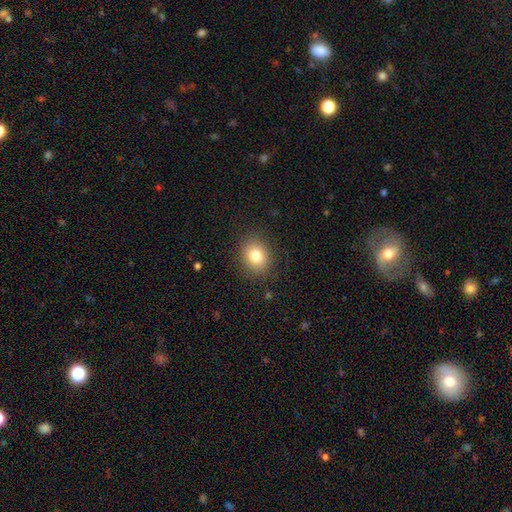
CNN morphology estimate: Q: Smooth or featured?
A: smooth (80%); runner-up: star or artifact (11%)
Q: How rounded?
A: round (62%); runner-up: in between (37%)
Q: Merging?
A: none (86%); runner-up: minor disturbance (10%)